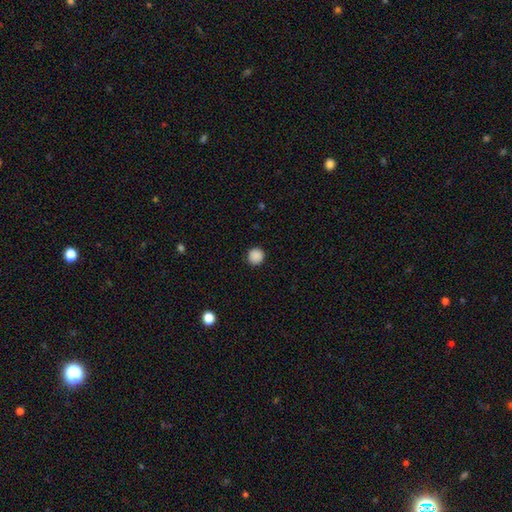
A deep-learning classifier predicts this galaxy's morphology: smooth-or-featured: smooth: 88% | star or artifact: 10% | featured or disk: 2%
  how-rounded: round: 94% | in between: 5% | cigar-shaped: 1%
  merging: none: 91% | minor disturbance: 6% | major disturbance: 2% | merger: 1%